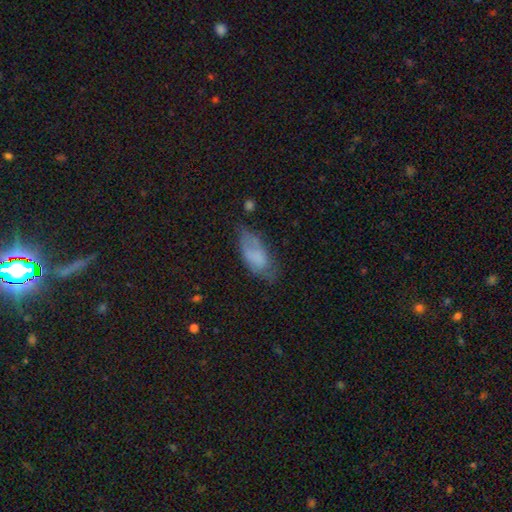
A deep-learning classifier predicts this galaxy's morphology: Overall: smooth (68%). How rounded: in between (88%). Merging: none (48%; minor disturbance 33%).